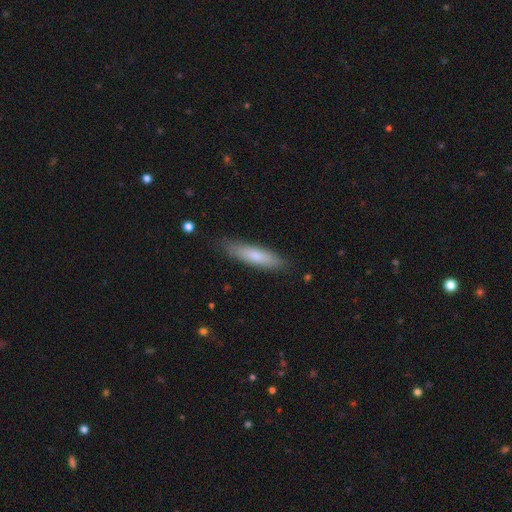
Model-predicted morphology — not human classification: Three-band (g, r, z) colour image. It shows a smooth galaxy with no disk features (75%) that is cigar-shaped (72%). Merging: none (82%).